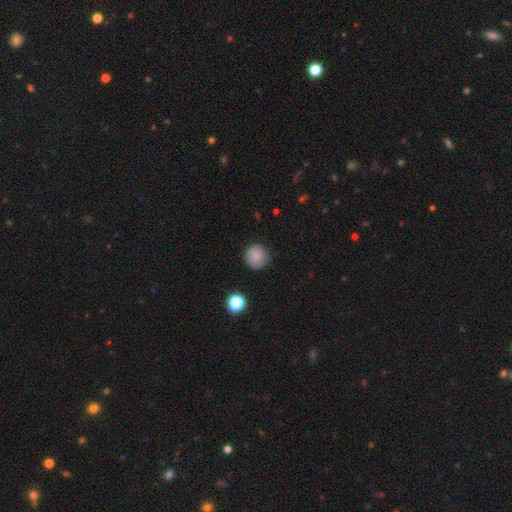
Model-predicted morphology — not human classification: smooth_or_featured: smooth (p=0.79) [alt: featured or disk p=0.11]
how_rounded: round (p=0.92) [alt: in between p=0.07]
merging: none (p=0.80) [alt: minor disturbance p=0.15]